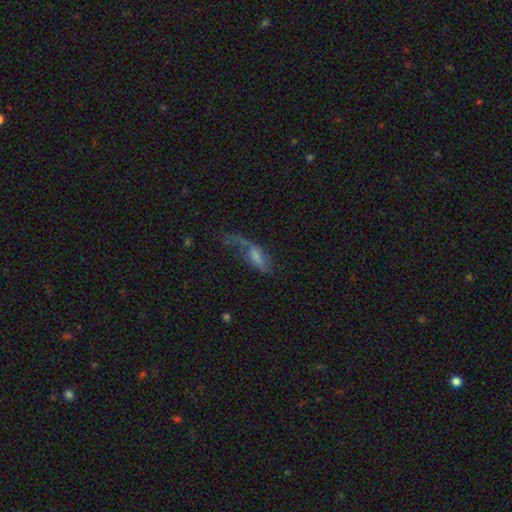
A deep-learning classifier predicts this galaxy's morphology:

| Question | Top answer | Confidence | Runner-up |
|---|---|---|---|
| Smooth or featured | featured or disk | 56% | smooth (33%) |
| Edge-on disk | no | 83% | yes (17%) |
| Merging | major disturbance | 45% | none (31%) |